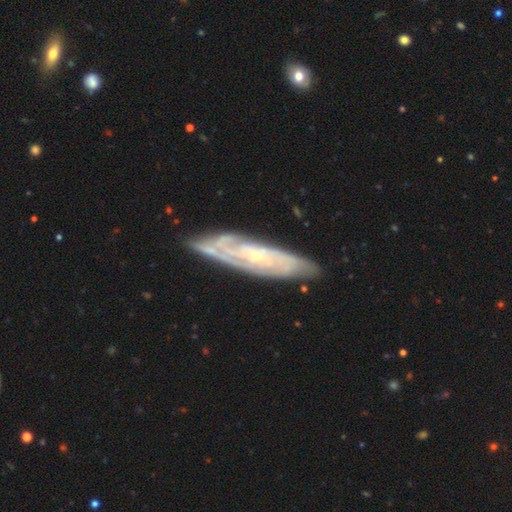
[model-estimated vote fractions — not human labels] Overall: featured or disk (83%). Edge-on disk: no (76%). Bar: no (67%). Spiral arms: yes (93%). Spiral arm count: can't tell (45%; 2 17%). Spiral winding: tight (70%). Bulge size: small (77%). Merging: none (79%).